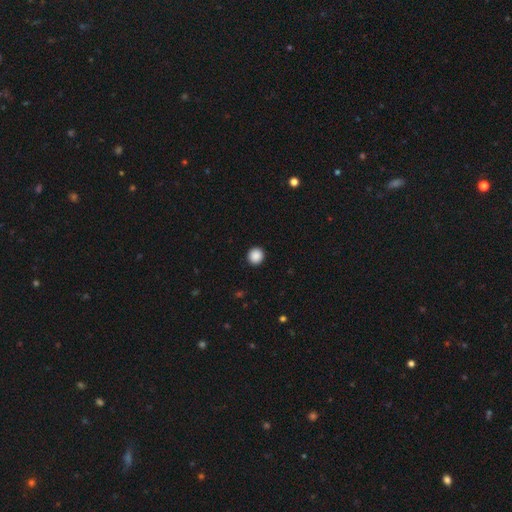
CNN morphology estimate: smooth 89%, star or artifact 9%, featured or disk 2%. Down the decision tree: how rounded — round (94%); merging — none (93%).